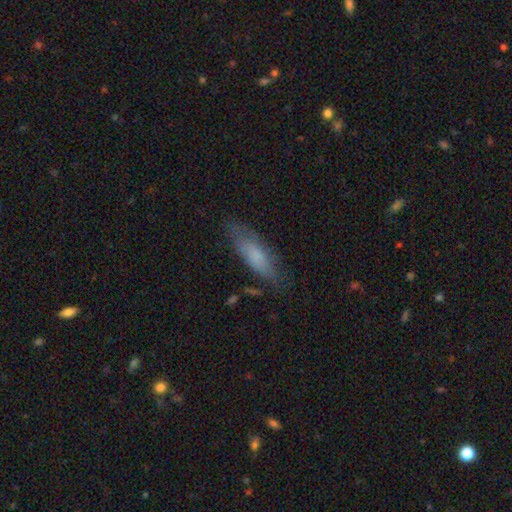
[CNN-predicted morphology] Smooth or featured?
  - smooth: 71% *
  - featured or disk: 22%
  - star or artifact: 7%
How rounded?
  - cigar-shaped: 50% *
  - in between: 48%
  - round: 2%
Merging?
  - none: 71% *
  - minor disturbance: 20%
  - major disturbance: 6%
  - merger: 2%